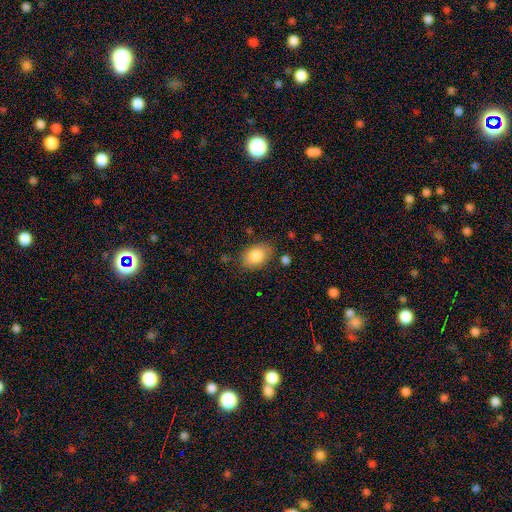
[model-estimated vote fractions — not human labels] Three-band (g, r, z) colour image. It shows a smooth galaxy with no disk features (84%) that is in between round and cigar-shaped (82%). Merging: none (78%).